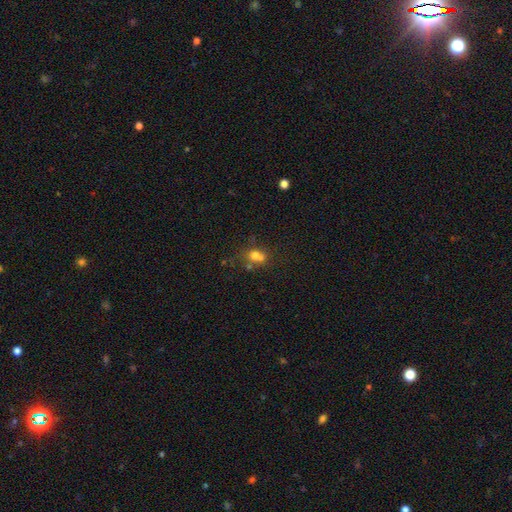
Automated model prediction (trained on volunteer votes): Morphology: type=smooth (69%); roundness=round (63%); merging=merger (42%).